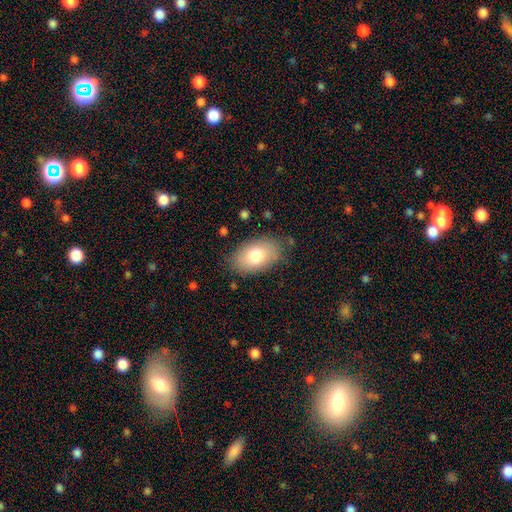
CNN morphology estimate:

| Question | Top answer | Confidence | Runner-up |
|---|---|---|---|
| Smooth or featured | smooth | 76% | featured or disk (16%) |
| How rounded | in between | 90% | round (8%) |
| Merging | none | 80% | minor disturbance (15%) |